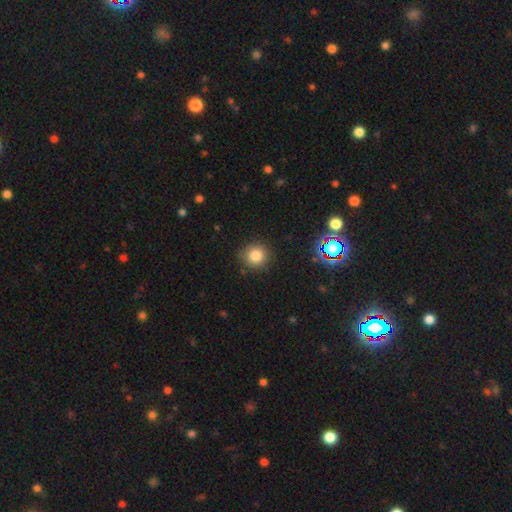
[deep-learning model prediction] Smooth or featured? smooth (81%)
How rounded? round (94%)
Merging? none (88%)